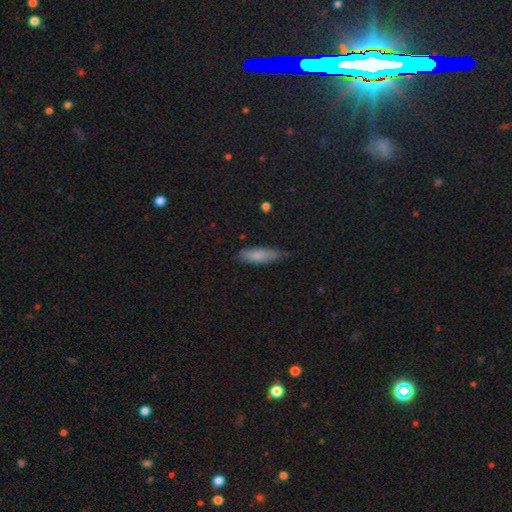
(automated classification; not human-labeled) A smooth galaxy with no disk features (75%) that is cigar-shaped (57%). Merging: none (77%).